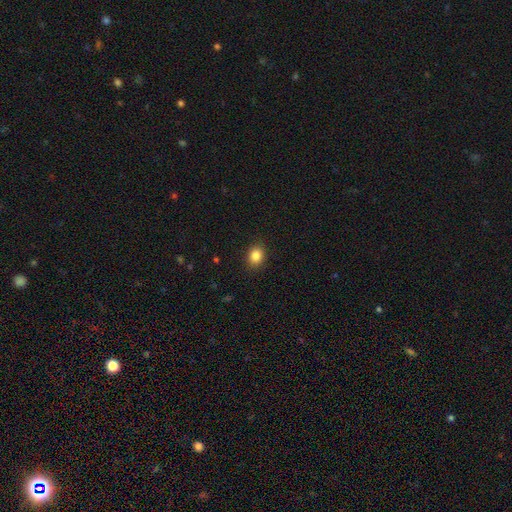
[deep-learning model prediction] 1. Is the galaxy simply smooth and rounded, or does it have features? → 85% smooth, 10% star or artifact, 5% featured or disk.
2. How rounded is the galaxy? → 50% round, 49% in between, 1% cigar-shaped.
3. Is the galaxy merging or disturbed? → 89% none, 8% minor disturbance, 2% major disturbance, 1% merger.